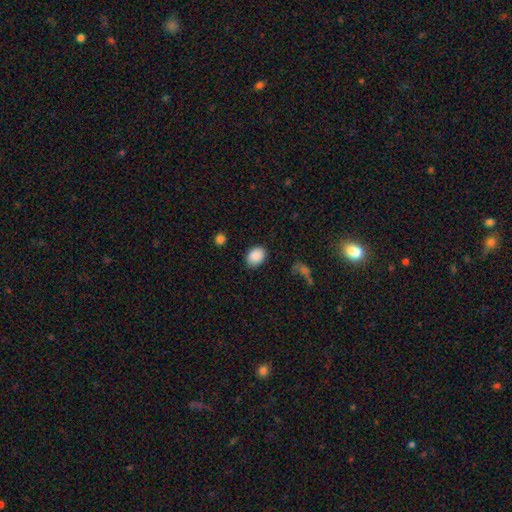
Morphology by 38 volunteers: Overall: smooth (89%). How rounded: in between (71%). Merging: none (86%).